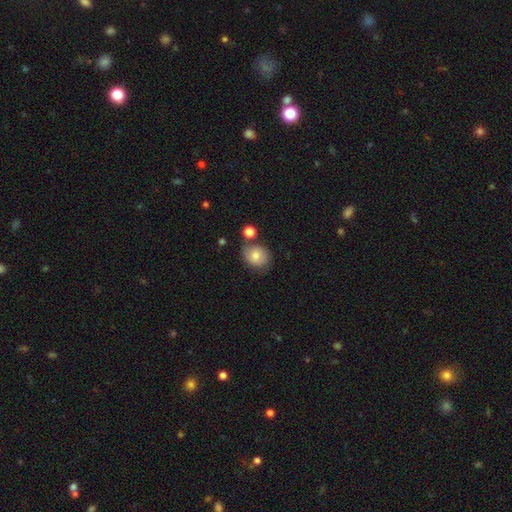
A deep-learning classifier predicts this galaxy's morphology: smooth-or-featured: smooth: 76% | featured or disk: 15% | star or artifact: 9%
  how-rounded: round: 68% | in between: 31% | cigar-shaped: 1%
  merging: none: 64% | minor disturbance: 18% | merger: 13% | major disturbance: 5%